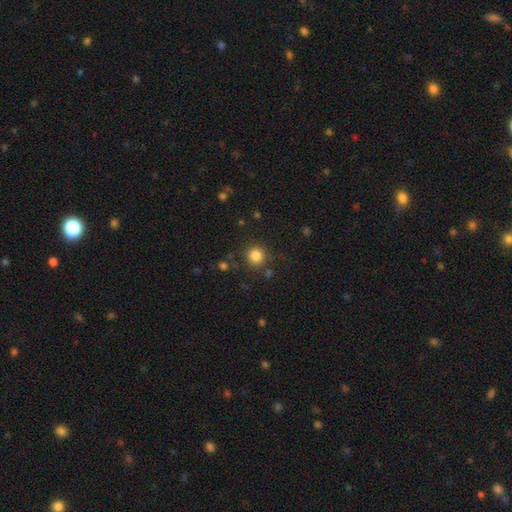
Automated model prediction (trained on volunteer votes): Smooth or featured? Predicted: smooth (p=0.84). How rounded? Predicted: round (p=0.93). Merging? Predicted: none (p=0.86).